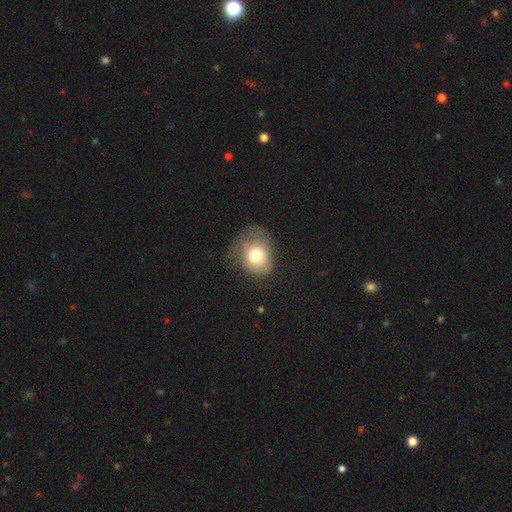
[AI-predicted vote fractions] The model was most divided on "merging": none: 39%, minor disturbance: 34%, major disturbance: 25%, merger: 2%. More confident: smooth or featured — smooth (71%); how rounded — round (61%).